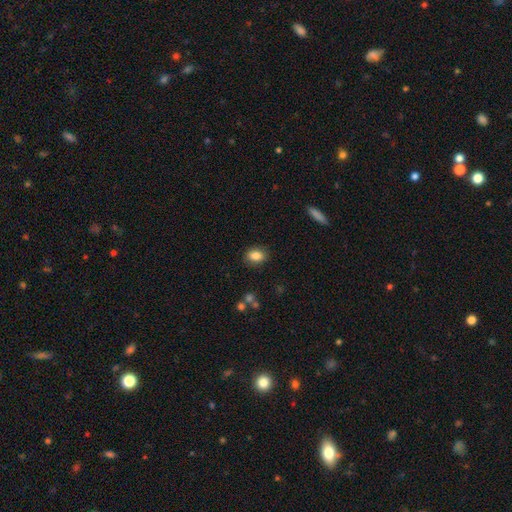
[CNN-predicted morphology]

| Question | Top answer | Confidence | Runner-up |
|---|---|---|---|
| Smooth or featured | smooth | 85% | star or artifact (9%) |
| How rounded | in between | 74% | round (24%) |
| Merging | none | 86% | minor disturbance (10%) |